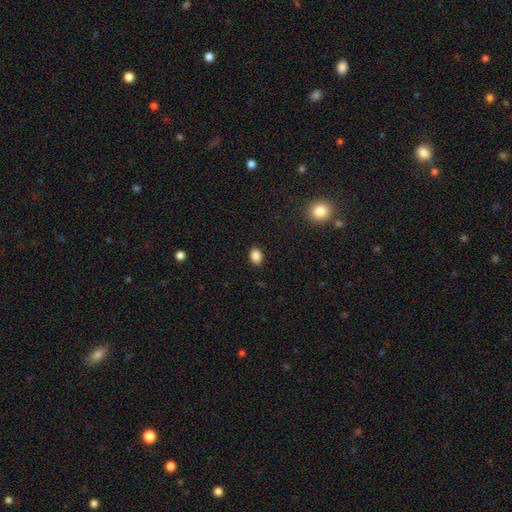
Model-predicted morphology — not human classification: A smooth galaxy with no disk features (87%) that is in between round and cigar-shaped (70%).

Vote fractions:
- Smooth or featured? smooth: 87% / star or artifact: 10% / featured or disk: 3%
- How rounded? in between: 70% / round: 29% / cigar-shaped: 1%
- Merging? none: 89% / minor disturbance: 8% / major disturbance: 2% / merger: 1%